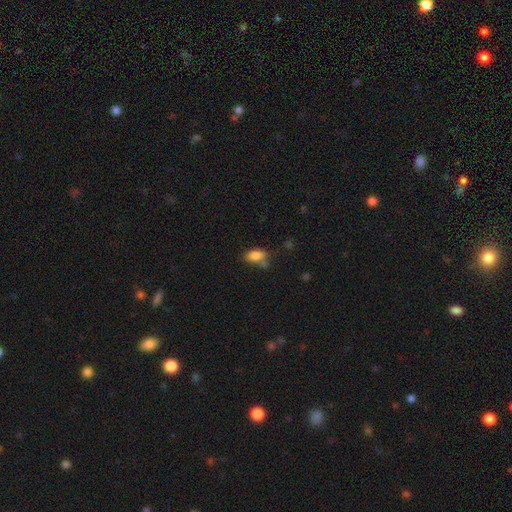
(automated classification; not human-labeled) A smooth galaxy with no disk features (84%) that is in between round and cigar-shaped (89%). Merging: none (55%).